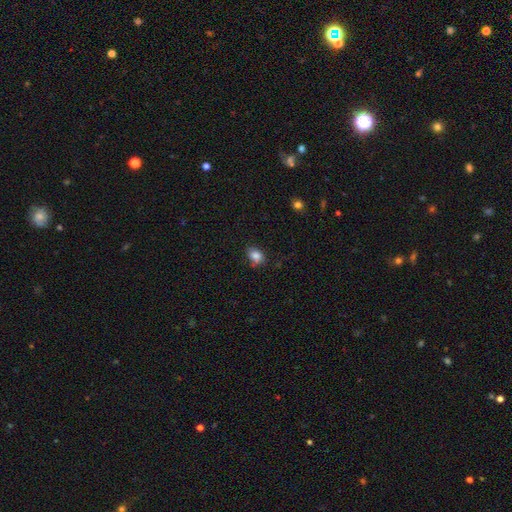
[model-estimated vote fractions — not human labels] Smooth or featured? smooth (83%)
How rounded? in between (70%)
Merging? none (64%)